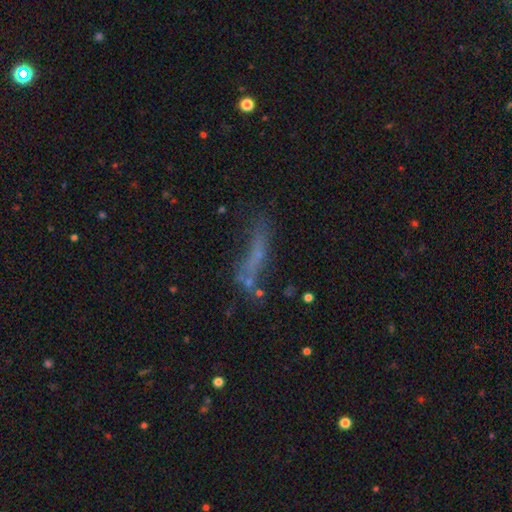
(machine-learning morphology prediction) A smooth galaxy with no disk features (46%).

Vote fractions:
- Smooth or featured? smooth: 46% / featured or disk: 35% / star or artifact: 19%
- Merging? none: 43% / major disturbance: 23% / minor disturbance: 21% / merger: 13%